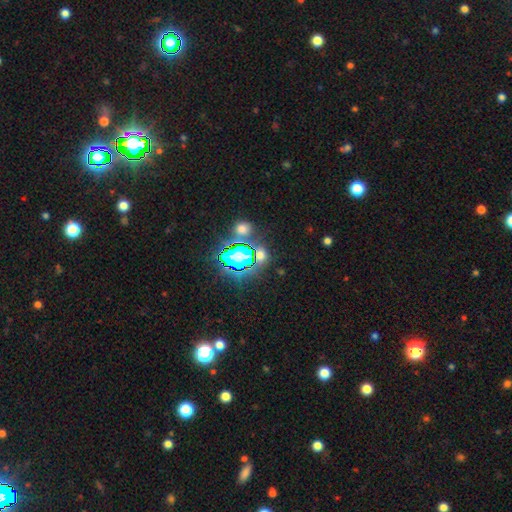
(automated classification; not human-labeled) smooth-or-featured: star or artifact: 67% | smooth: 22% | featured or disk: 10%